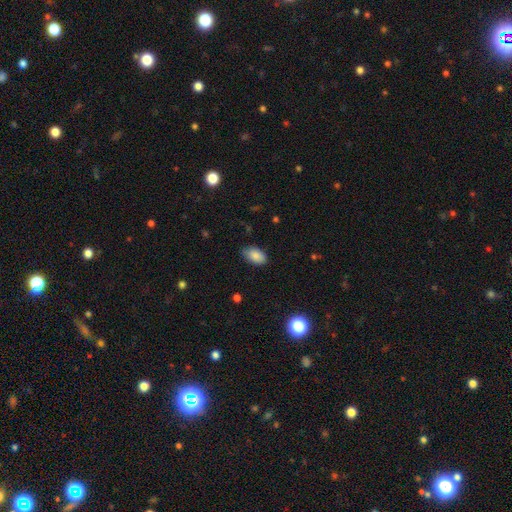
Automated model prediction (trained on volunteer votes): Smooth or featured? smooth (87%)
How rounded? in between (92%)
Merging? none (78%)